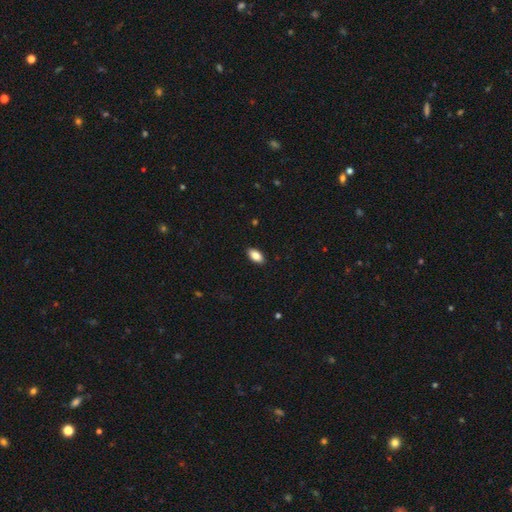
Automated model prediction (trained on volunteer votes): A smooth galaxy with no disk features (85%) that is in between round and cigar-shaped (93%). Merging: none (89%).